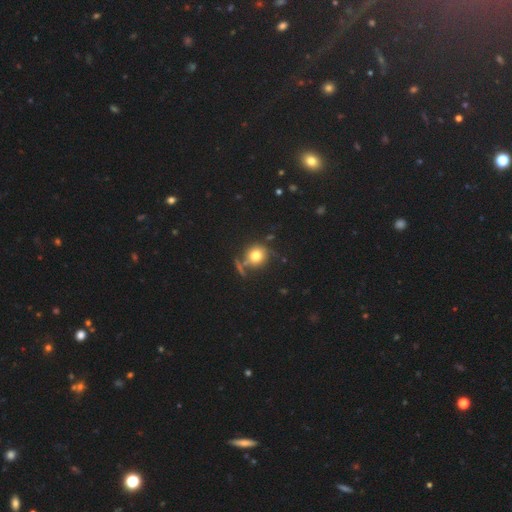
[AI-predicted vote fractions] This appears to be a smooth galaxy with no disk features (74%) that is round (86%). Merging: none (68%).